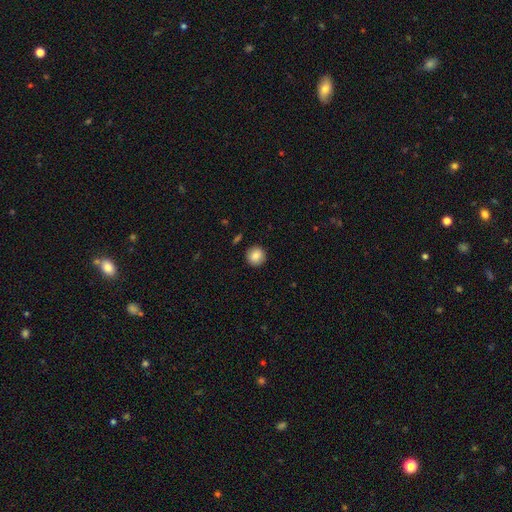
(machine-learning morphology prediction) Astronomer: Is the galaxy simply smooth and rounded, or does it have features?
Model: smooth — 86%.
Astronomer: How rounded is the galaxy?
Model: round — 94%.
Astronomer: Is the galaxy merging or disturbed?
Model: none — 91%.